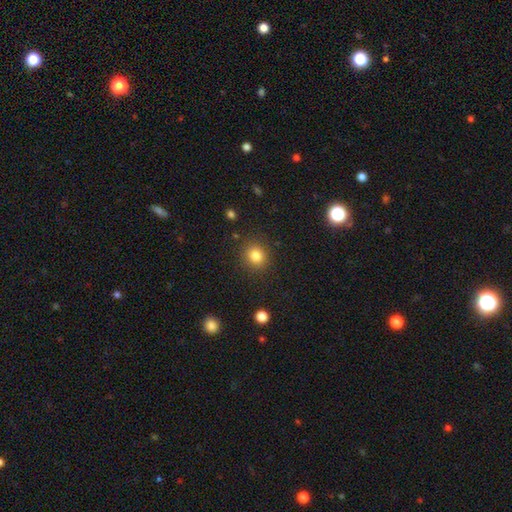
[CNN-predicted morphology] This is clearly a smooth galaxy (83%). How rounded: clearly round (83%). Merging: clearly none (88%).